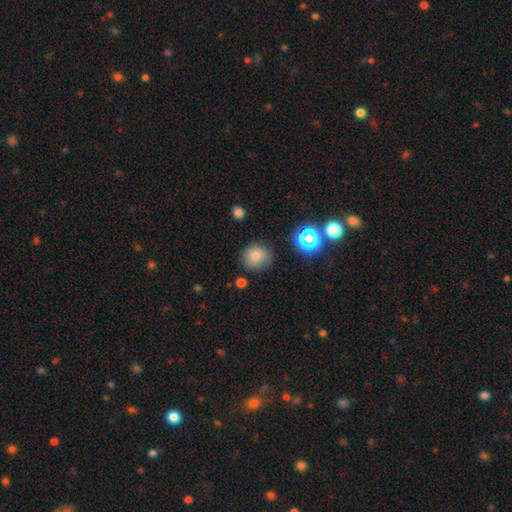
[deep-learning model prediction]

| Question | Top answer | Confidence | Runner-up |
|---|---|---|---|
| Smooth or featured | smooth | 76% | star or artifact (15%) |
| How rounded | round | 87% | in between (12%) |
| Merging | none | 75% | minor disturbance (17%) |